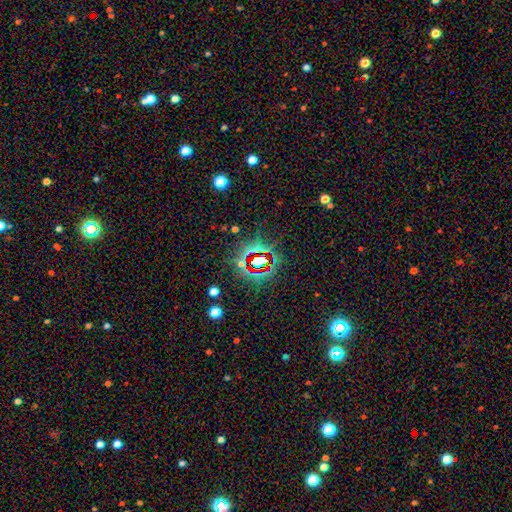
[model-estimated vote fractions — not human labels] smooth-or-featured: star or artifact: 77% | smooth: 14% | featured or disk: 9%